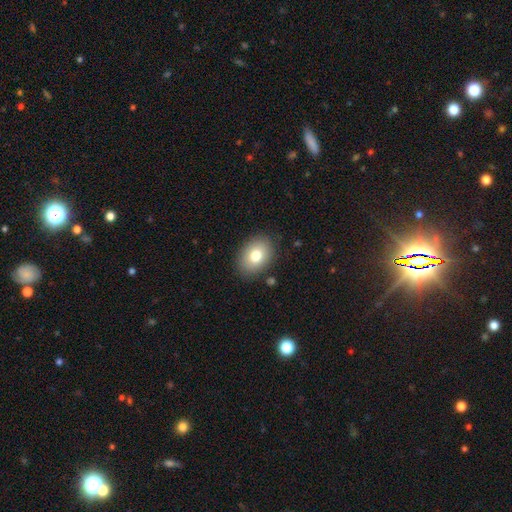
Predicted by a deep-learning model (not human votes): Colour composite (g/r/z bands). It shows a smooth galaxy with no disk features (78%) that is in between round and cigar-shaped (71%). Merging: none (86%).